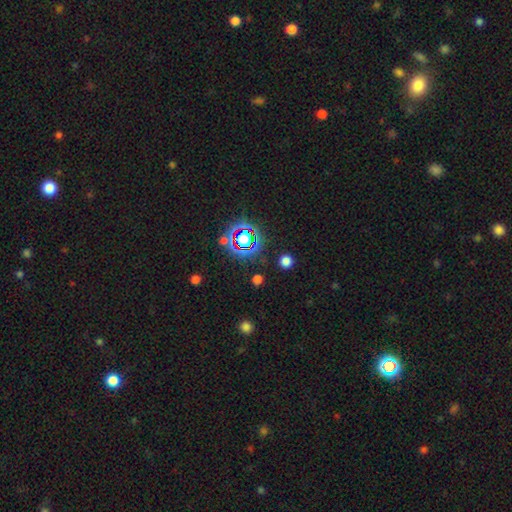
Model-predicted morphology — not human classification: This is likely a star or artifact rather than a galaxy (73%).